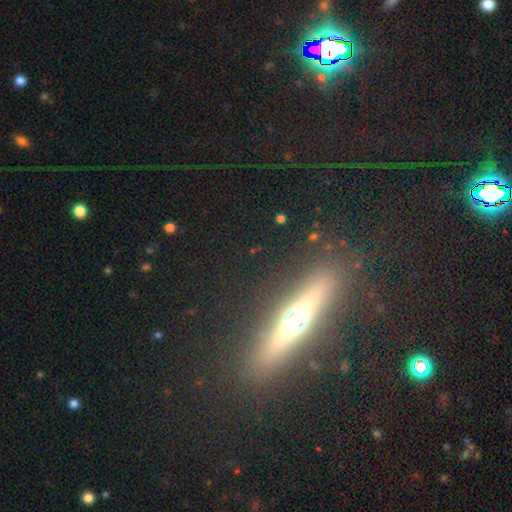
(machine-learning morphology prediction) Overall: featured or disk (60%; smooth 26%). Edge-on disk: yes (93%). Edge-on bulge: rounded (89%). Merging: none (88%).